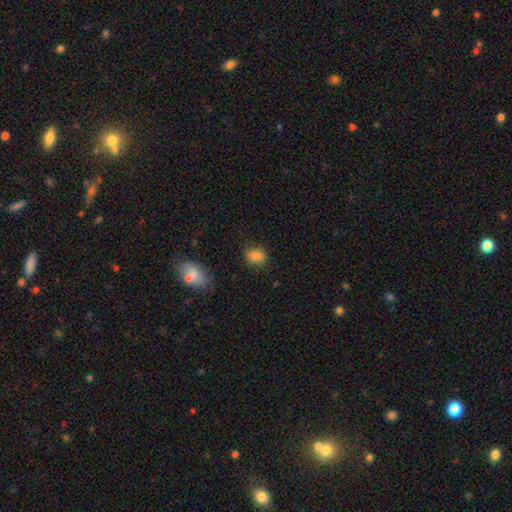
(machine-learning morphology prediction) The model was most divided on "how rounded": round: 53%, in between: 46%, cigar-shaped: 1%. More confident: smooth or featured — smooth (83%); merging — none (79%).